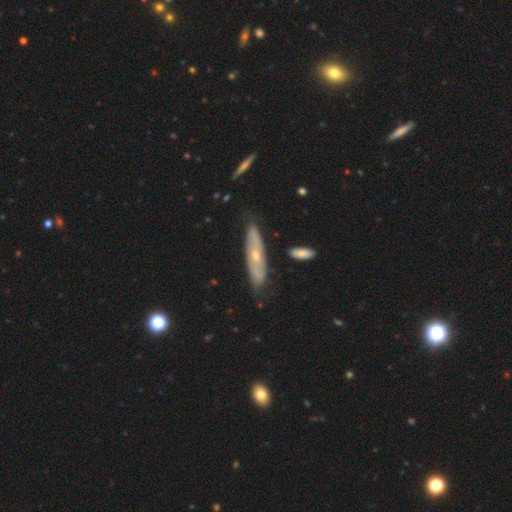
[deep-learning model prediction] featured or disk 63%, smooth 30%, star or artifact 7%. Down the decision tree: edge-on disk — no (58%); merging — none (74%).